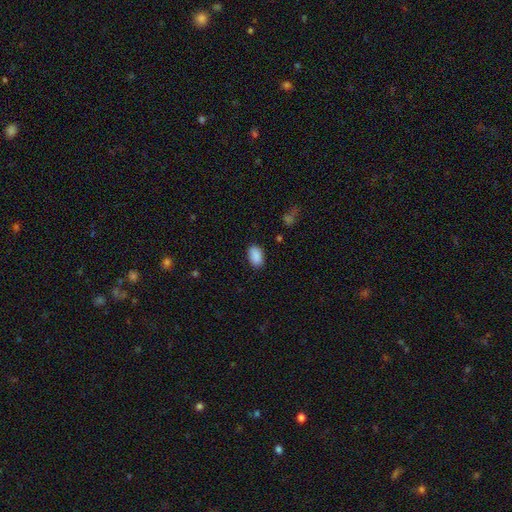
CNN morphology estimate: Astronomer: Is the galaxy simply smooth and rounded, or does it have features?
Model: smooth — 90%.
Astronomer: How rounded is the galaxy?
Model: in between — 91%.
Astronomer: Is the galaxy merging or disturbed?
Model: none — 86%.